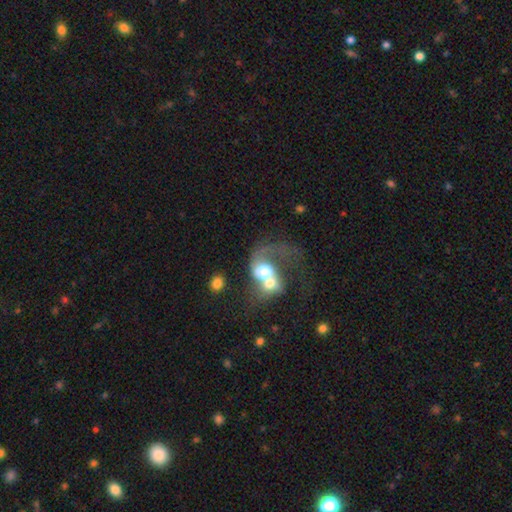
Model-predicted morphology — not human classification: A featured or disk galaxy (71%) with no bar (52%), 2 (49%) loose (59%) spiral arms (77%) and a moderate central bulge (51%). Merging: merger (44%).